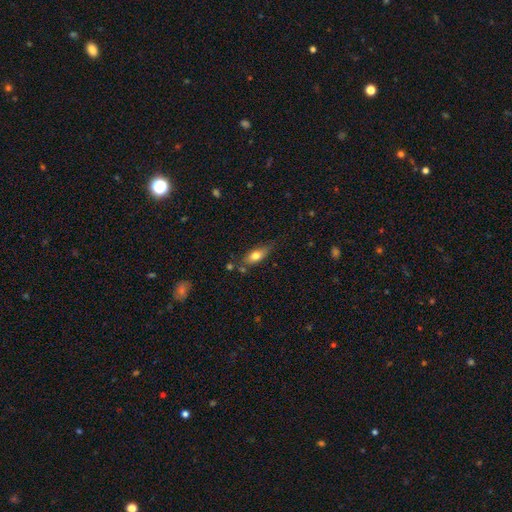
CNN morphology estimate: A smooth galaxy with no disk features (71%) that is in between round and cigar-shaped (73%).

Vote fractions:
- Smooth or featured? smooth: 71% / featured or disk: 22% / star or artifact: 7%
- How rounded? in between: 73% / cigar-shaped: 22% / round: 5%
- Merging? none: 62% / minor disturbance: 25% / merger: 7% / major disturbance: 6%